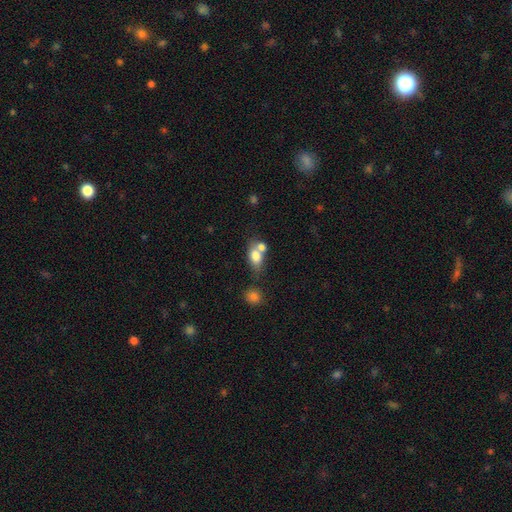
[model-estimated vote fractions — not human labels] smooth_or_featured: smooth (p=0.75) [alt: featured or disk p=0.16]
how_rounded: in between (p=0.76) [alt: round p=0.20]
merging: merger (p=0.44) [alt: none p=0.39]